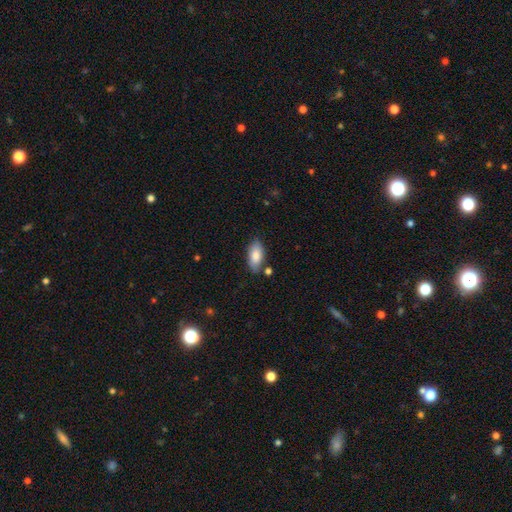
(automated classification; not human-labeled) This appears to be a smooth galaxy with no disk features (84%) that is in between round and cigar-shaped (91%). Merging: none (77%).